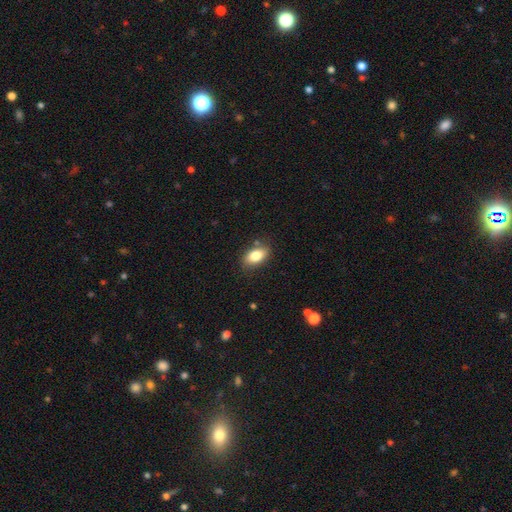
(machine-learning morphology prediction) Overall: smooth (83%). How rounded: in between (89%). Merging: none (80%).